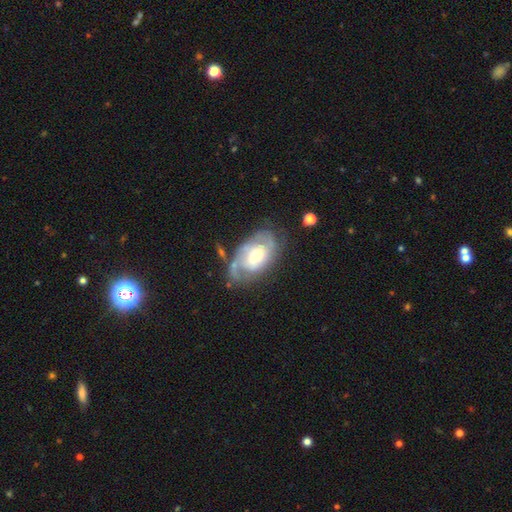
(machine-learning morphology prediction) Smooth or featured: featured or disk — 77% (smooth — 18%)
Edge-on disk: no — 96% (yes — 4%)
Bar: no — 52% (weak — 39%)
Spiral arms: yes — 89% (no — 11%)
Spiral winding: tight — 50% (medium — 37%)
Spiral arm count: 2 — 44% (can't tell — 29%)
Bulge size: moderate — 54% (small — 23%)
Merging: none — 55% (minor disturbance — 24%)